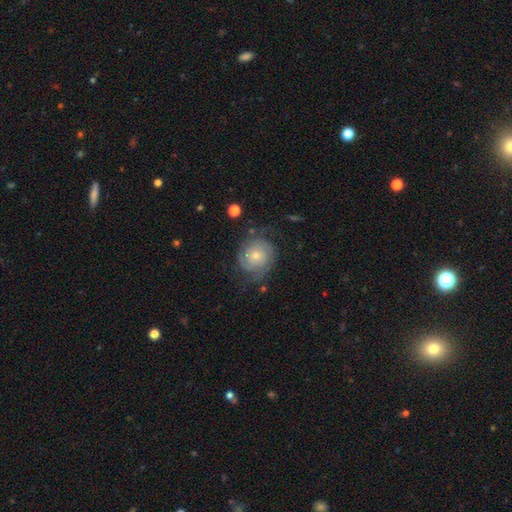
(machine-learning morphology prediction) Overall: featured or disk (76%). Edge-on disk: no (97%). Bar: no (78%). Spiral arms: yes (92%). Spiral arm count: 2 (46%; can't tell 26%). Spiral winding: tight (60%; medium 29%). Bulge size: small (60%; moderate 36%). Merging: none (68%).